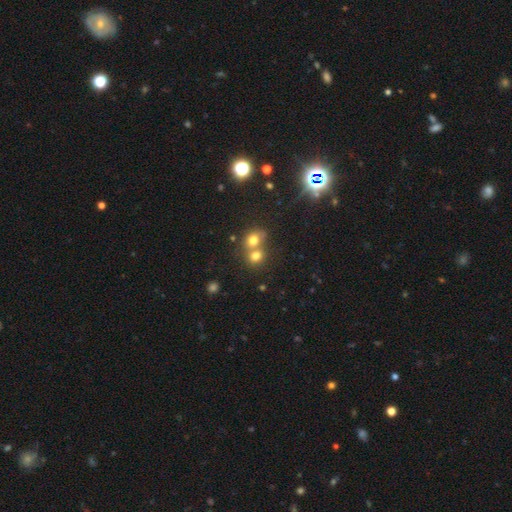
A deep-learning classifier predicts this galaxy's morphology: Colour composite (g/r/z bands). It shows a smooth galaxy with no disk features (74%) that is round (74%). Merging: merger (56%).